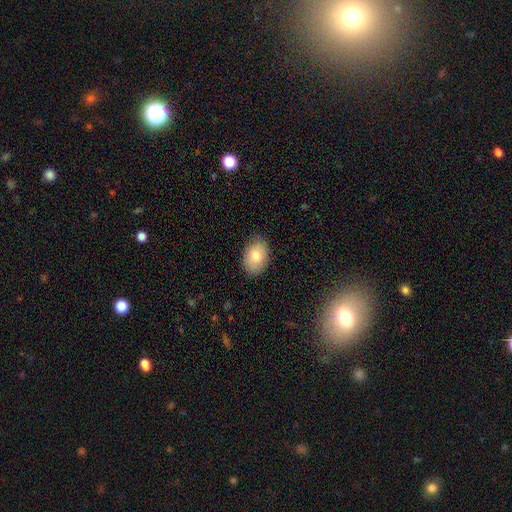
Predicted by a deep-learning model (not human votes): The model was most divided on "how rounded": in between: 82%, round: 17%, cigar-shaped: 1%. More confident: merging — none (84%); smooth or featured — smooth (80%).